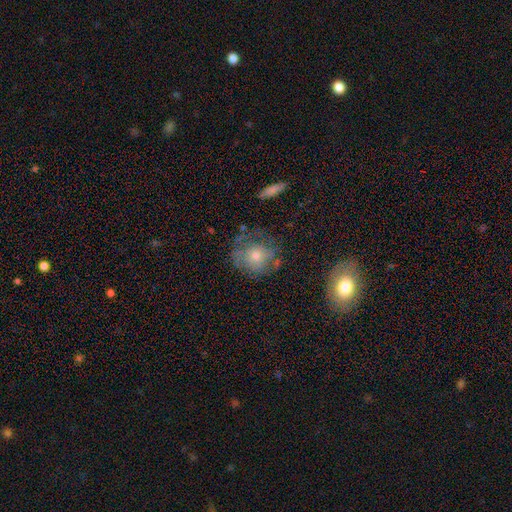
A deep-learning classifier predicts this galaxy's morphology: Smooth or featured?
  - smooth: 52% *
  - featured or disk: 36%
  - star or artifact: 12%
How rounded?
  - round: 77% *
  - in between: 22%
  - cigar-shaped: 1%
Merging?
  - none: 62% *
  - minor disturbance: 23%
  - major disturbance: 12%
  - merger: 4%